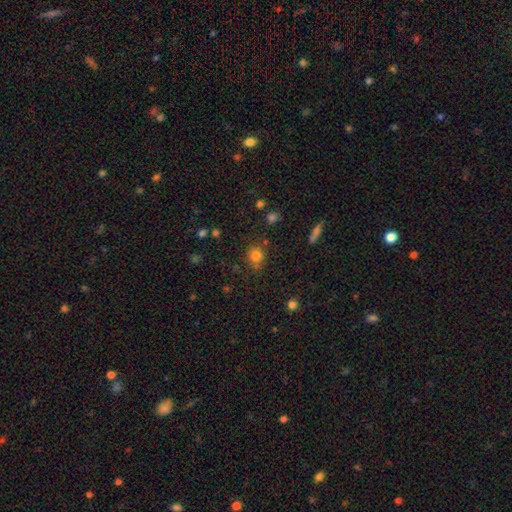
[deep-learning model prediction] Smooth or featured: smooth — 80% (star or artifact — 13%)
How rounded: round — 77% (in between — 22%)
Merging: none — 76% (minor disturbance — 14%)